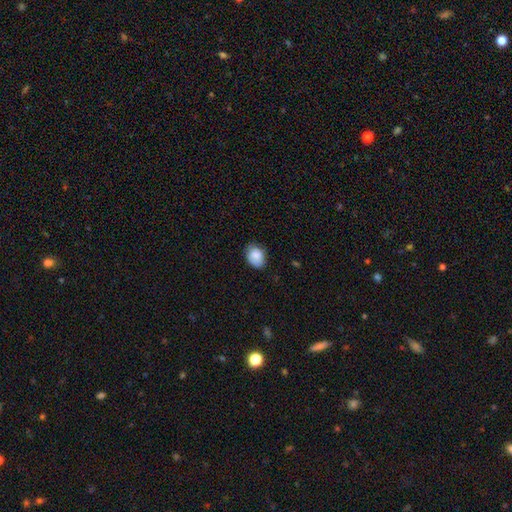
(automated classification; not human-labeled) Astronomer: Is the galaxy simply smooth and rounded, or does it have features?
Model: smooth — 82%.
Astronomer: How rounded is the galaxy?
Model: in between — 64%.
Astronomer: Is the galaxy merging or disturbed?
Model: none — 67%.